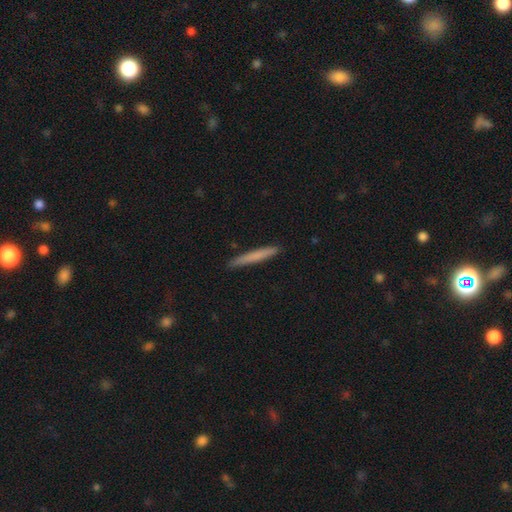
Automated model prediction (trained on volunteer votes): Smooth or featured? Predicted: smooth (p=0.70). How rounded? Predicted: cigar-shaped (p=0.97). Merging? Predicted: none (p=0.92).